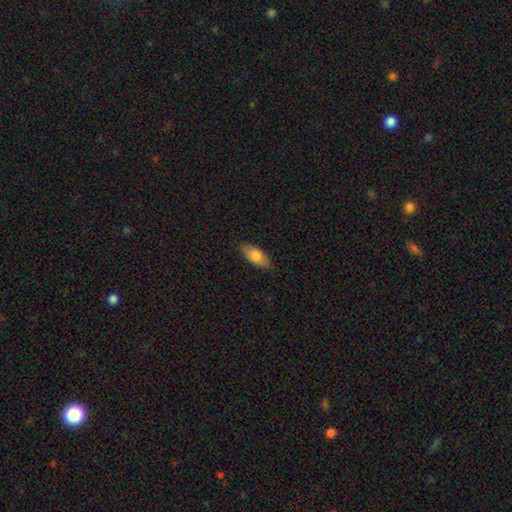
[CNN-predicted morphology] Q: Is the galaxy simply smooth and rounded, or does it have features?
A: smooth — 77%.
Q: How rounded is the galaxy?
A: in between — 85%.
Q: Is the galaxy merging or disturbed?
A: none — 84%.